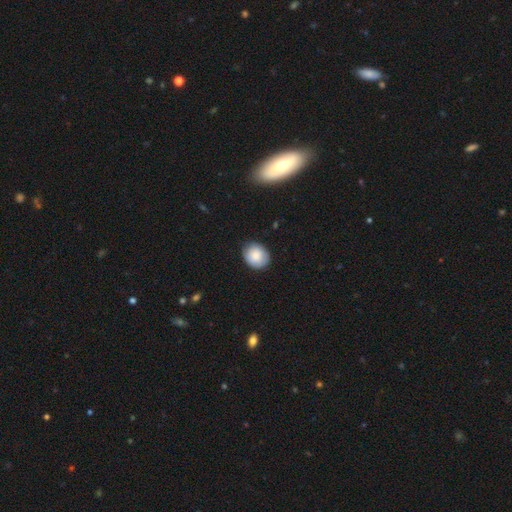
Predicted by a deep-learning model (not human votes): smooth_or_featured: smooth (p=0.84) [alt: featured or disk p=0.09]
how_rounded: round (p=0.62) [alt: in between p=0.38]
merging: none (p=0.83) [alt: minor disturbance p=0.13]